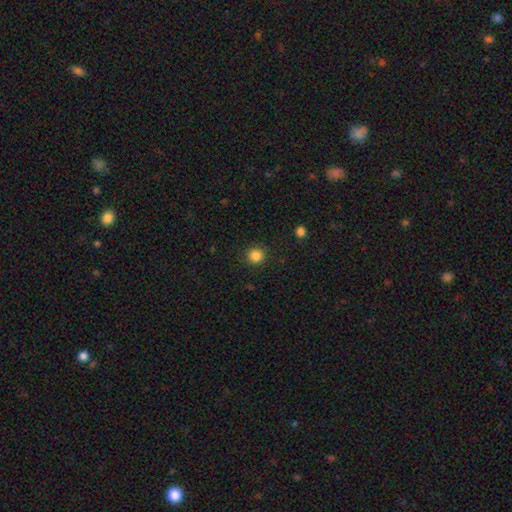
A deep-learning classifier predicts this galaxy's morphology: A smooth galaxy with no disk features (85%) that is round (94%).

Vote fractions:
- Smooth or featured? smooth: 85% / star or artifact: 12% / featured or disk: 4%
- How rounded? round: 94% / in between: 6% / cigar-shaped: 1%
- Merging? none: 91% / minor disturbance: 6% / major disturbance: 2% / merger: 1%